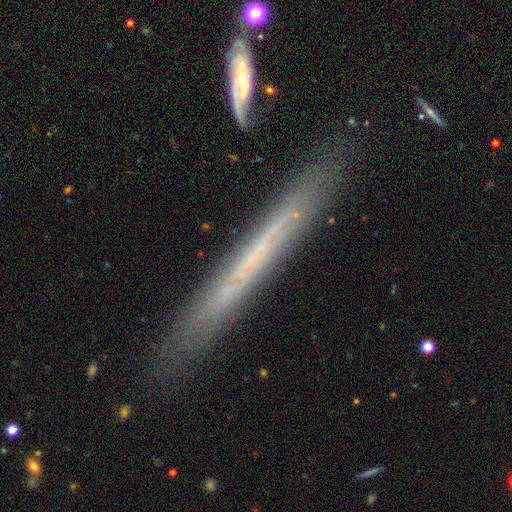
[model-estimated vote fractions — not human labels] smooth-or-featured: featured or disk: 52% | smooth: 39% | star or artifact: 9%
  disk-edge-on: yes: 92% | no: 8%
  merging: none: 86% | minor disturbance: 10% | merger: 2% | major disturbance: 2%